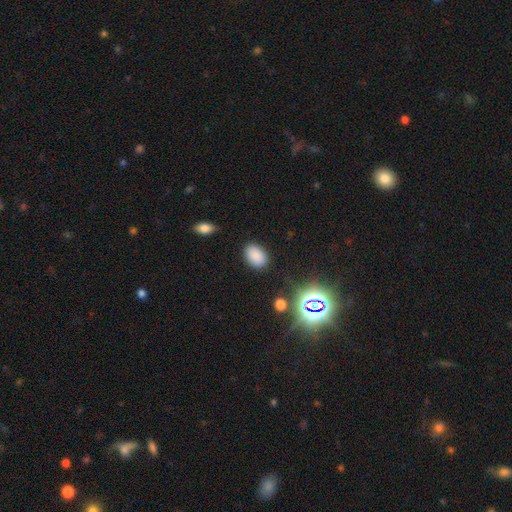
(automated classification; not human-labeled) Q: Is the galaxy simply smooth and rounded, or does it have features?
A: smooth — 85%.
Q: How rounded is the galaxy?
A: in between — 87%.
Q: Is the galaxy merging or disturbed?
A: none — 85%.